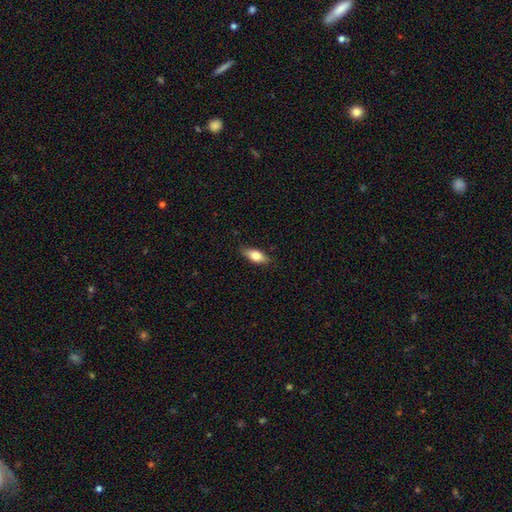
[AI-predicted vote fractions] Smooth or featured?
  - smooth: 70% *
  - featured or disk: 23%
  - star or artifact: 7%
How rounded?
  - in between: 78% *
  - cigar-shaped: 19%
  - round: 3%
Merging?
  - none: 84% *
  - minor disturbance: 12%
  - major disturbance: 2%
  - merger: 1%